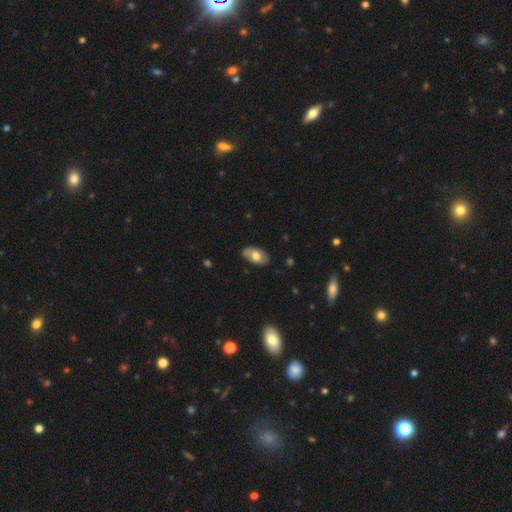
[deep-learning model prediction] smooth 64%, featured or disk 30%, star or artifact 6%. Down the decision tree: how rounded — in between (94%); merging — none (83%).